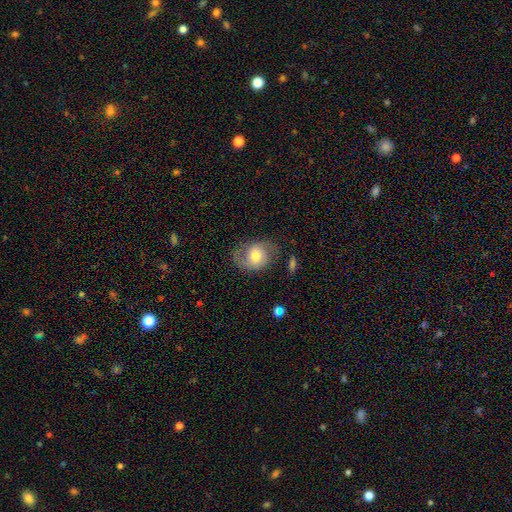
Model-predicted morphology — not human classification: smooth_or_featured: featured or disk (p=0.57) [alt: smooth p=0.36]
disk_edge_on: no (p=0.96) [alt: yes p=0.04]
bar: no (p=0.67) [alt: weak p=0.27]
has_spiral_arms: yes (p=0.83) [alt: no p=0.17]
bulge_size: moderate (p=0.66) [alt: large p=0.17]
merging: none (p=0.67) [alt: minor disturbance p=0.21]